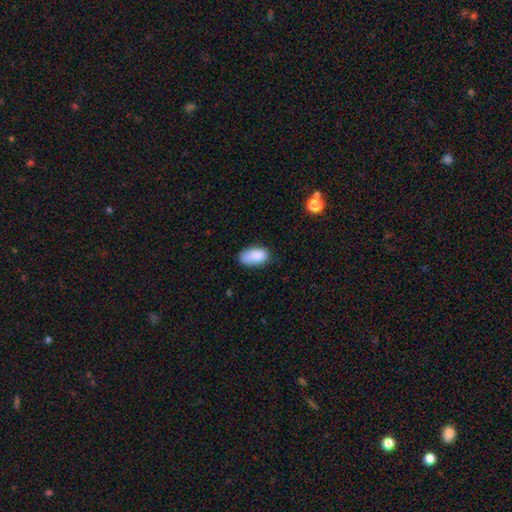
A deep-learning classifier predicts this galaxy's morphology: A smooth galaxy with no disk features (87%) that is in between round and cigar-shaped (94%). Merging: none (68%).